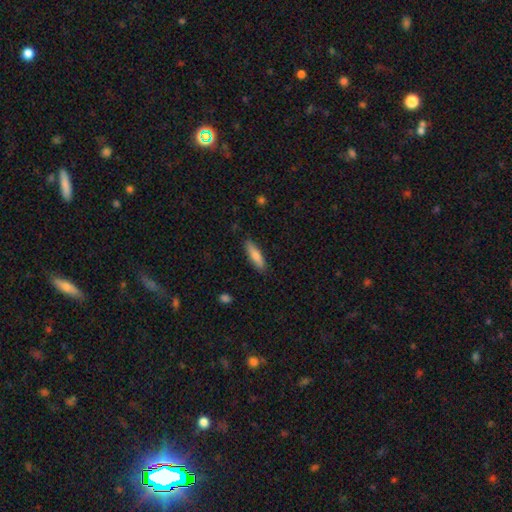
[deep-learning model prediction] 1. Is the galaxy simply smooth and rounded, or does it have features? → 77% smooth, 17% featured or disk, 6% star or artifact.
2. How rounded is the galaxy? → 65% cigar-shaped, 33% in between, 2% round.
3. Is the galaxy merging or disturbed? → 85% none, 11% minor disturbance, 2% major disturbance, 1% merger.